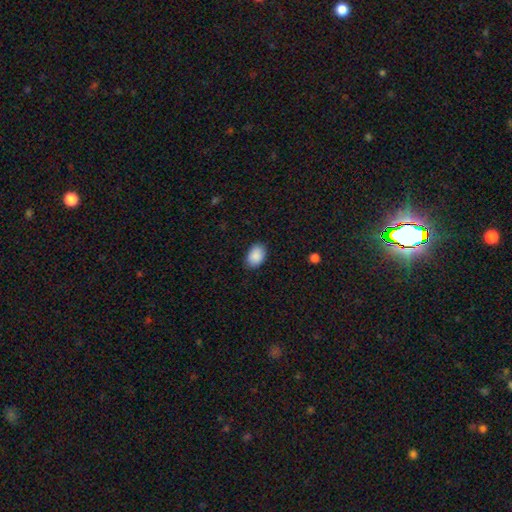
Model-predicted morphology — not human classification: smooth_or_featured: smooth (p=0.90) [alt: star or artifact p=0.07]
how_rounded: in between (p=0.84) [alt: round p=0.15]
merging: none (p=0.86) [alt: minor disturbance p=0.11]